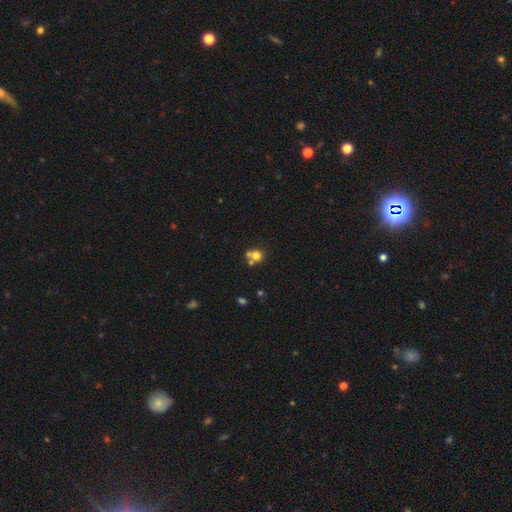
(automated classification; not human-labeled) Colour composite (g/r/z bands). It shows a smooth galaxy with no disk features (72%) that is round (83%). Merging: none (46%).